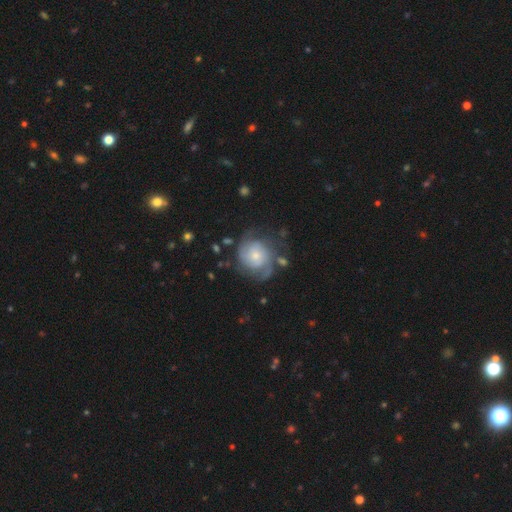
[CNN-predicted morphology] smooth_or_featured: featured or disk (p=0.75) [alt: smooth p=0.20]
disk_edge_on: no (p=0.98) [alt: yes p=0.02]
bar: no (p=0.73) [alt: weak p=0.23]
has_spiral_arms: yes (p=0.91) [alt: no p=0.09]
spiral_winding: tight (p=0.45) [alt: medium p=0.38]
spiral_arm_count: 2 (p=0.46) [alt: can't tell p=0.25]
bulge_size: small (p=0.59) [alt: moderate p=0.32]
merging: none (p=0.58) [alt: minor disturbance p=0.21]